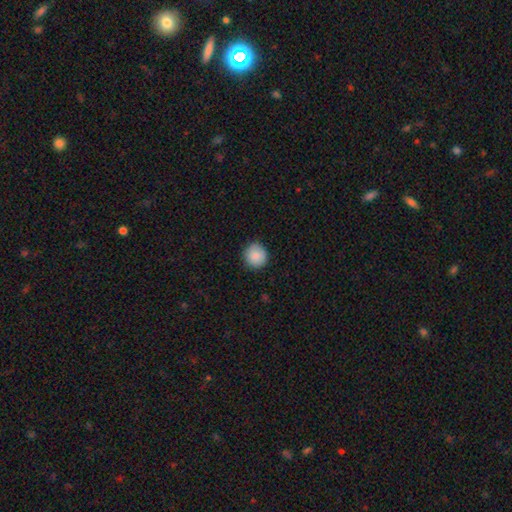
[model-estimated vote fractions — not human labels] This is clearly a smooth galaxy (88%). How rounded: clearly round (93%). Merging: clearly none (89%).